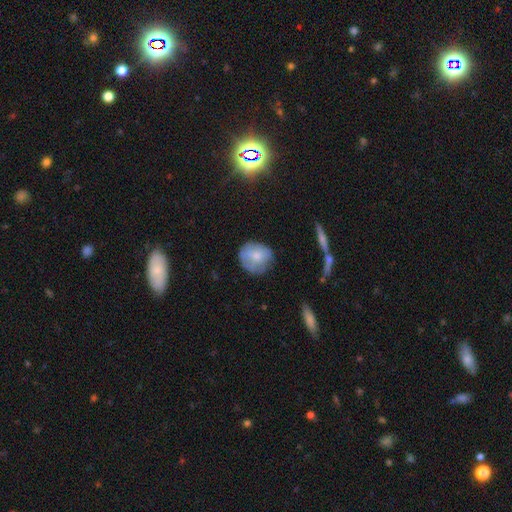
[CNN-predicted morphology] Smooth or featured? Predicted: smooth (p=0.68). How rounded? Predicted: round (p=0.75). Merging? Predicted: none (p=0.62).